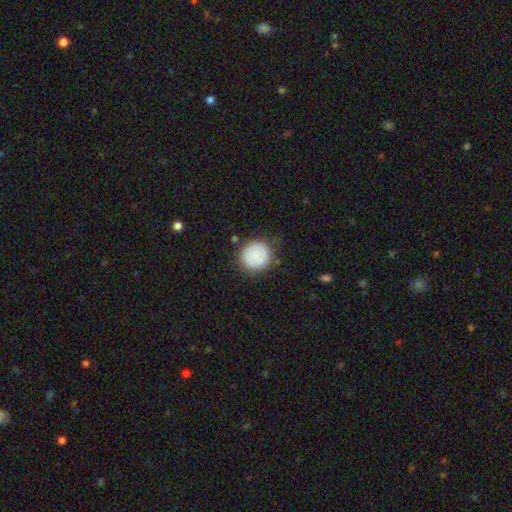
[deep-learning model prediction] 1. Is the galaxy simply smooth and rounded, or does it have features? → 82% smooth, 10% featured or disk, 8% star or artifact.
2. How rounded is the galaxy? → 90% round, 9% in between, 1% cigar-shaped.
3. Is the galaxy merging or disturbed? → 78% none, 15% minor disturbance, 5% major disturbance, 2% merger.